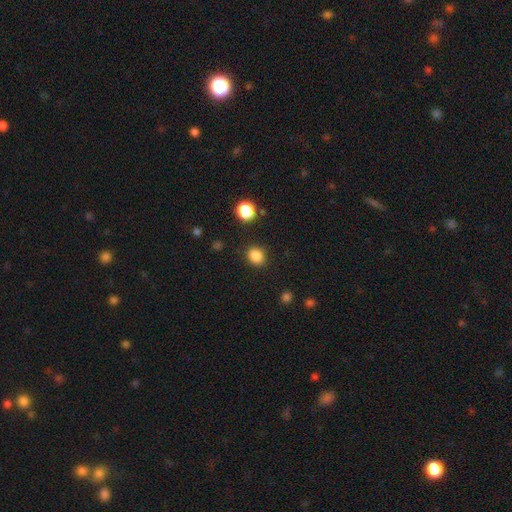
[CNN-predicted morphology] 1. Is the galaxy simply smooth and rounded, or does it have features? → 85% smooth, 11% star or artifact, 4% featured or disk.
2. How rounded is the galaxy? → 61% round, 38% in between, 1% cigar-shaped.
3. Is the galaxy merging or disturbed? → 86% none, 9% minor disturbance, 3% major disturbance, 2% merger.